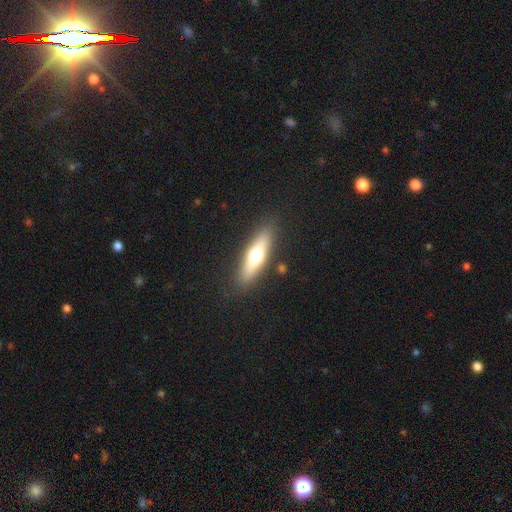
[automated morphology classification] smooth_or_featured: smooth (p=0.51) [alt: featured or disk p=0.42]
how_rounded: cigar-shaped (p=0.62) [alt: in between p=0.35]
merging: none (p=0.87) [alt: minor disturbance p=0.09]